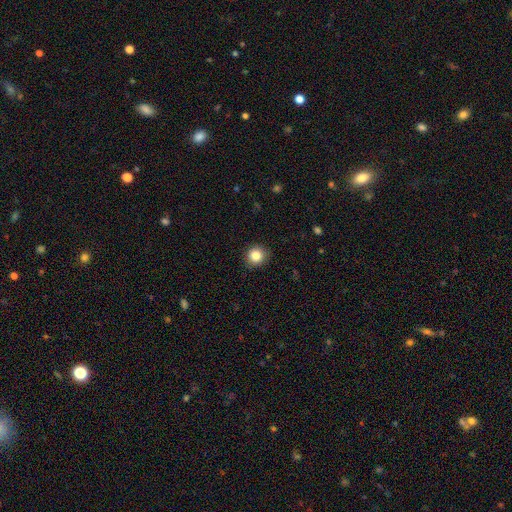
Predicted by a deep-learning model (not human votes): This is clearly a smooth galaxy (84%). How rounded: clearly round (90%). Merging: clearly none (90%).